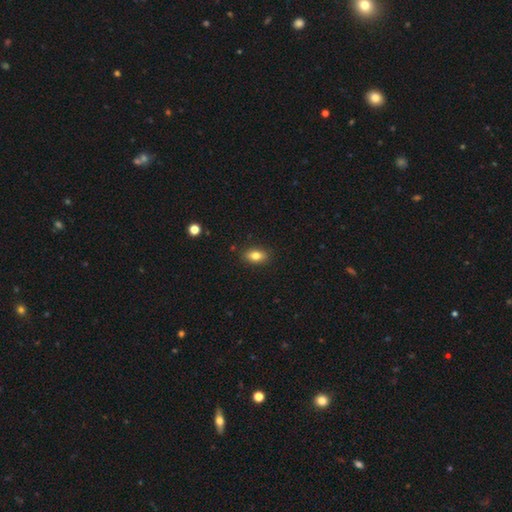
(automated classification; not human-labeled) A smooth galaxy with no disk features (81%) that is in between round and cigar-shaped (85%). Merging: none (88%).